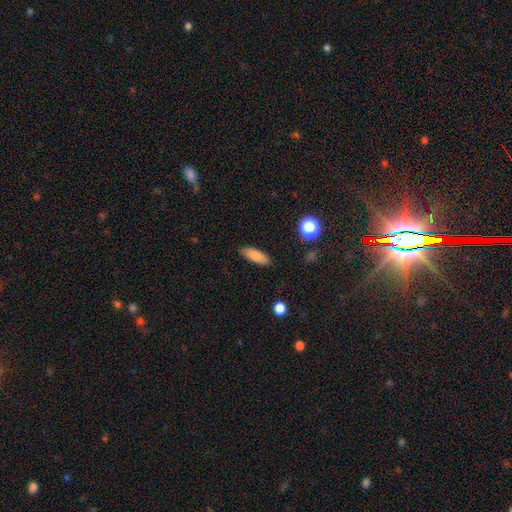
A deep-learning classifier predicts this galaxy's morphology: Smooth or featured?
  - smooth: 81% *
  - featured or disk: 11%
  - star or artifact: 8%
How rounded?
  - in between: 60% *
  - cigar-shaped: 37%
  - round: 3%
Merging?
  - none: 86% *
  - minor disturbance: 10%
  - major disturbance: 2%
  - merger: 1%